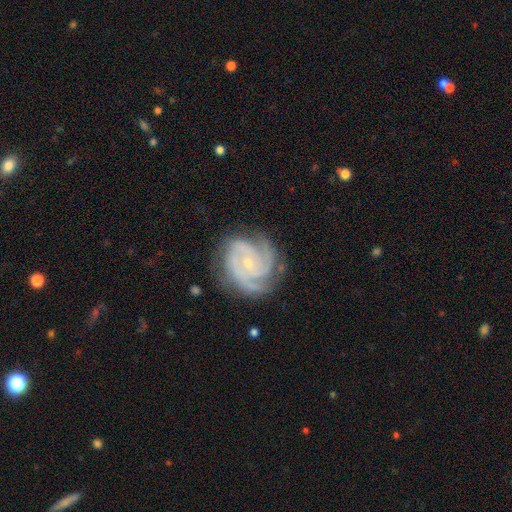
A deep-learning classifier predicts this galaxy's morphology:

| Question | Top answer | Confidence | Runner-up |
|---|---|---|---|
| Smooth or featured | featured or disk | 90% | star or artifact (6%) |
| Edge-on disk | no | 98% | yes (2%) |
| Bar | no | 71% | weak (22%) |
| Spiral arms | yes | 98% | no (2%) |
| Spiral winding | tight | 72% | medium (25%) |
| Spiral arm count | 3 | 49% | 4 (18%) |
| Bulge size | small | 77% | moderate (19%) |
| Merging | none | 76% | minor disturbance (17%) |